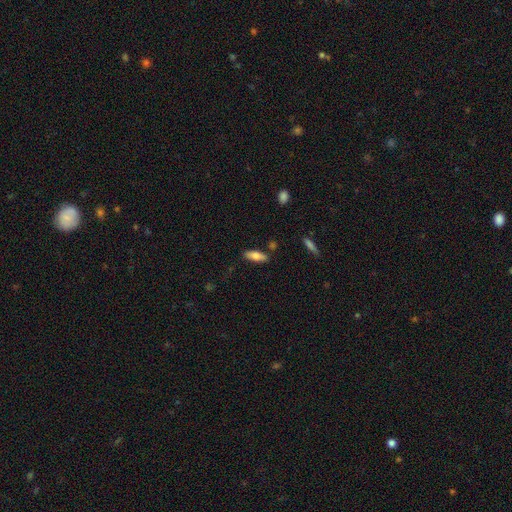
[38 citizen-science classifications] Overall: smooth (63%; featured or disk 29%). How rounded: in between (67%; cigar-shaped 33%). Merging: none (80%).